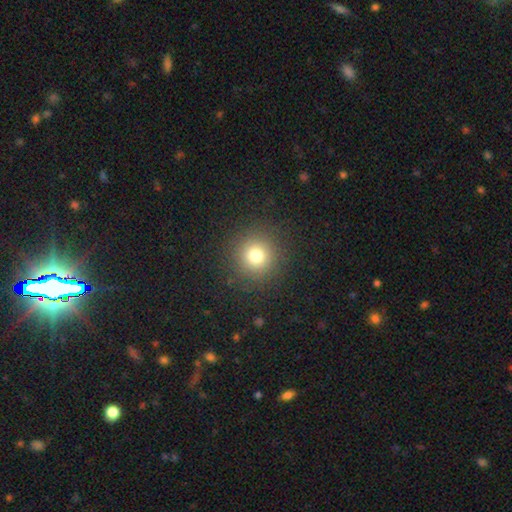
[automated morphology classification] Q: Smooth or featured?
A: smooth (76%); runner-up: star or artifact (16%)
Q: How rounded?
A: round (95%); runner-up: in between (4%)
Q: Merging?
A: none (90%); runner-up: minor disturbance (6%)